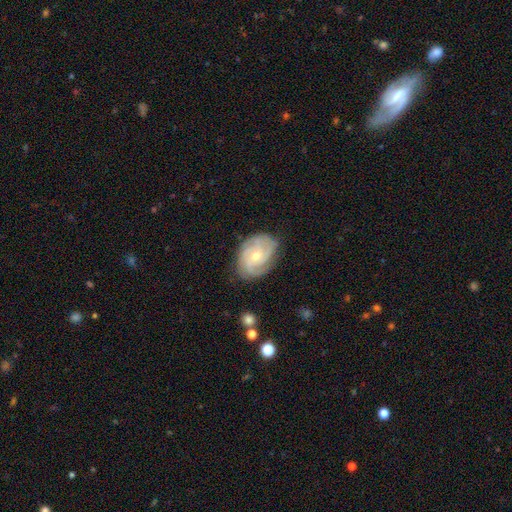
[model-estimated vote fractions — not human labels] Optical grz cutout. It shows a featured or disk galaxy (85%) with no bar (67%), 3 (40%) tight (66%) spiral arms (97%) and a moderate central bulge (52%). Merging: none (78%).